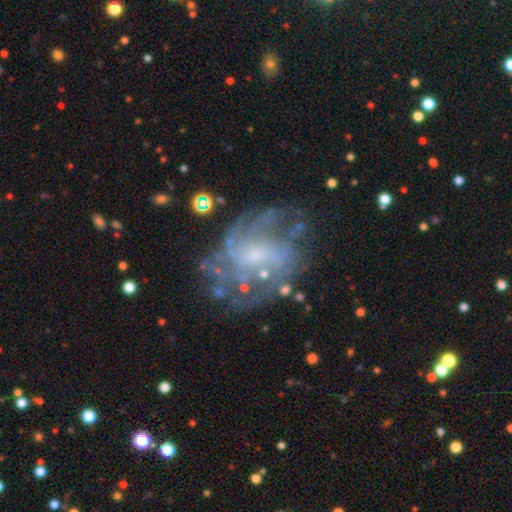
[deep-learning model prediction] Smooth or featured? featured or disk (80%)
Edge-on disk? no (97%)
Bar? no (50%)
Spiral arms? yes (83%)
Spiral winding? tight (40%, tied with medium)
Spiral arm count? can't tell (46%)
Bulge size? small (58%)
Merging? none (65%)